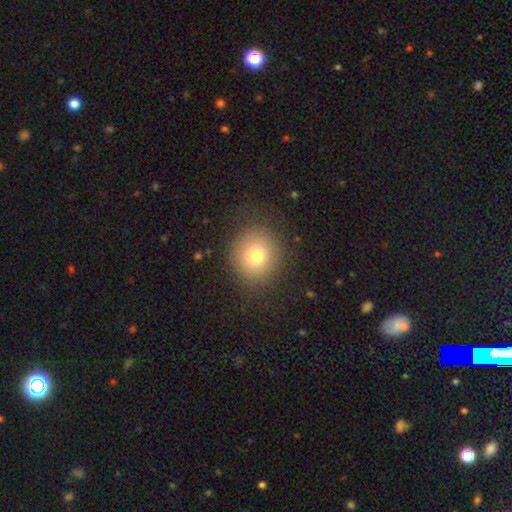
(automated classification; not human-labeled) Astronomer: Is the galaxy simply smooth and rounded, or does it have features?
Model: smooth — 77%.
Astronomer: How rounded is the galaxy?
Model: round — 85%.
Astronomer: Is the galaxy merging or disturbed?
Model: none — 85%.